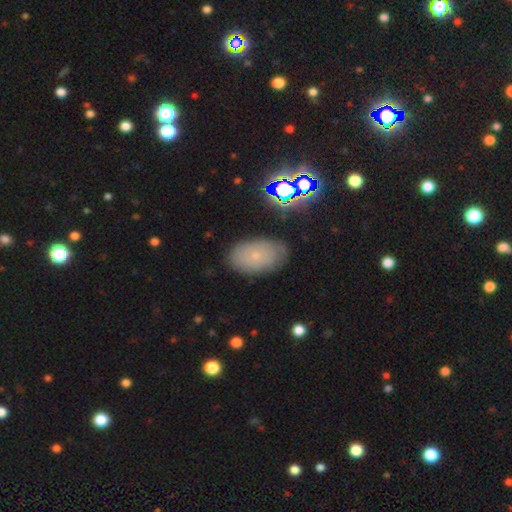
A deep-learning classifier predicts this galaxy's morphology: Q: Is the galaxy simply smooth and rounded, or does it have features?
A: smooth — 61%.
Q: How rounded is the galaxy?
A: in between — 91%.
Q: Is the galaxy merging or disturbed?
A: none — 81%.